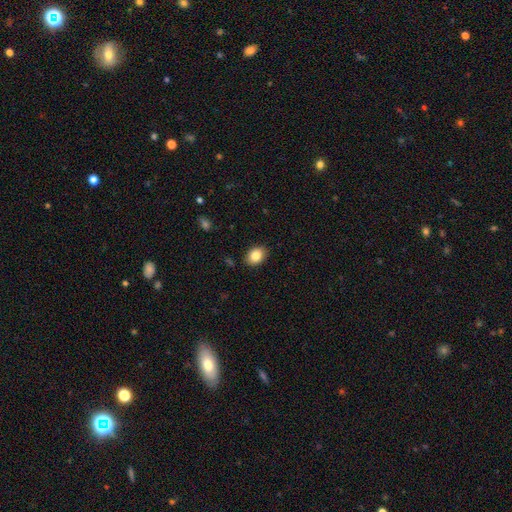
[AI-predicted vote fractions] Smooth or featured: smooth — 85% (star or artifact — 8%)
How rounded: in between — 73% (round — 26%)
Merging: none — 87% (minor disturbance — 9%)